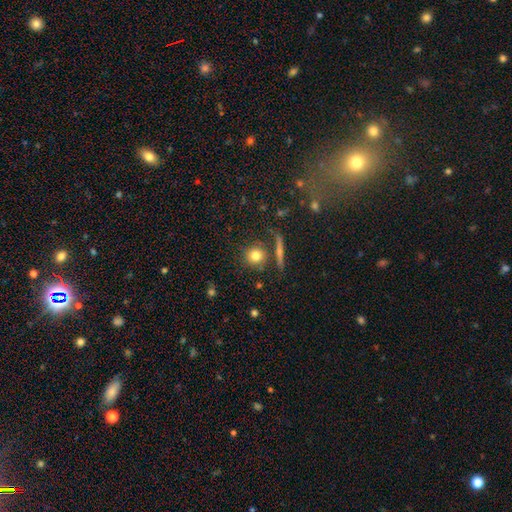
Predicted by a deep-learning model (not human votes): Smooth or featured: smooth — 78% (featured or disk — 11%)
How rounded: round — 90% (in between — 8%)
Merging: none — 77% (minor disturbance — 10%)